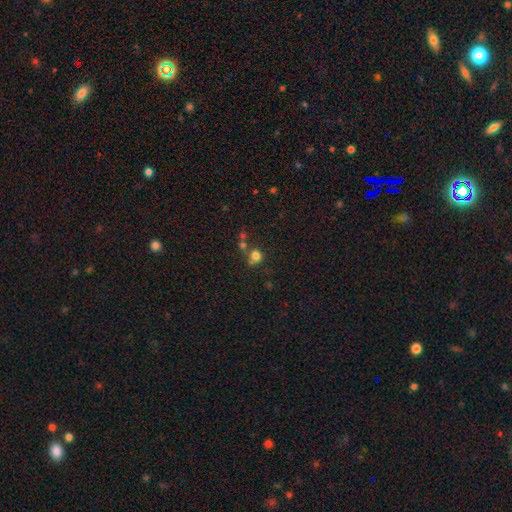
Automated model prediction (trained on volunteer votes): This is likely a smooth galaxy (75%). How rounded: clearly round (84%). Merging: possibly none (56%).